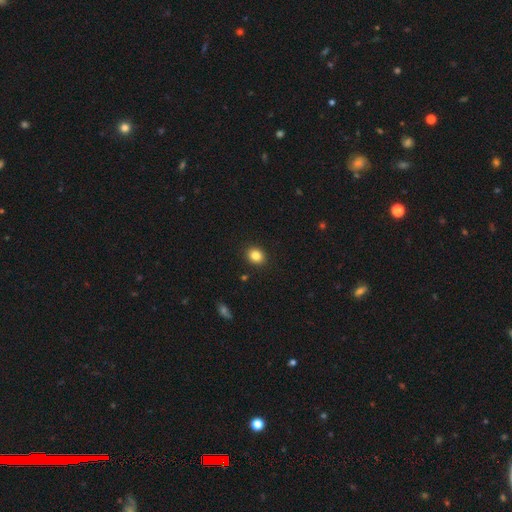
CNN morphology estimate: Smooth or featured? smooth (84%)
How rounded? round (65%)
Merging? none (91%)